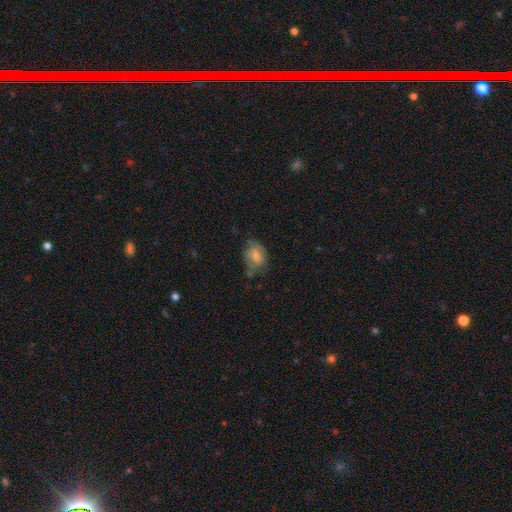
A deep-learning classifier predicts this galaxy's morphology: type=smooth (49%); merging=none (45%).